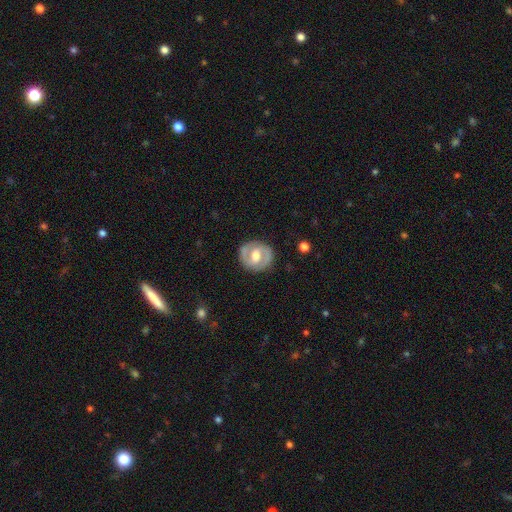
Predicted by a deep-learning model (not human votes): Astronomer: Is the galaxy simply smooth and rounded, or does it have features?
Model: featured or disk — 70%.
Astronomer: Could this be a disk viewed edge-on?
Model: no — 97%.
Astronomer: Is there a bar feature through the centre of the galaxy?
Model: weak — 47% (runner-up: no, 30%).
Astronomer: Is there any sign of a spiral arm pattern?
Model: yes — 70%.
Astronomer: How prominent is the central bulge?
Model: moderate — 70%.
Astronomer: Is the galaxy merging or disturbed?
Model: none — 85%.